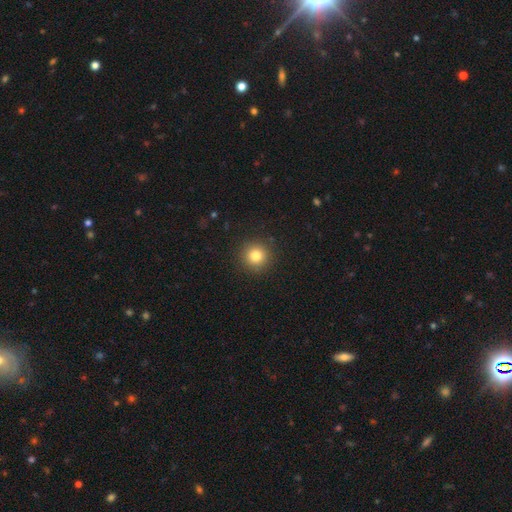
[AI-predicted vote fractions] Smooth or featured? smooth (81%)
How rounded? round (95%)
Merging? none (91%)